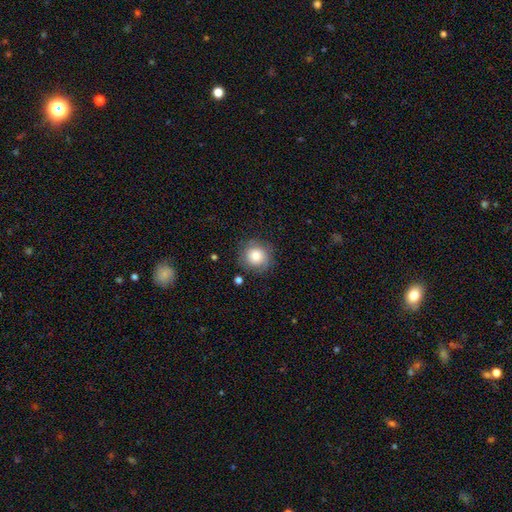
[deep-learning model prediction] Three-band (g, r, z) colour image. It shows a smooth galaxy with no disk features (76%) that is round (92%). Merging: none (80%).